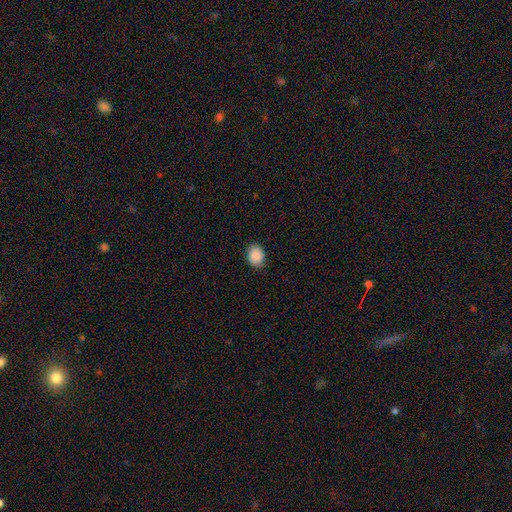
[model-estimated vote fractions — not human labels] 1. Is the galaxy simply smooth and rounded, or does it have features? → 90% smooth, 7% star or artifact, 3% featured or disk.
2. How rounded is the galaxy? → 54% in between, 45% round, 1% cigar-shaped.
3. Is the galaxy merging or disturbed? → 87% none, 10% minor disturbance, 2% major disturbance, 1% merger.